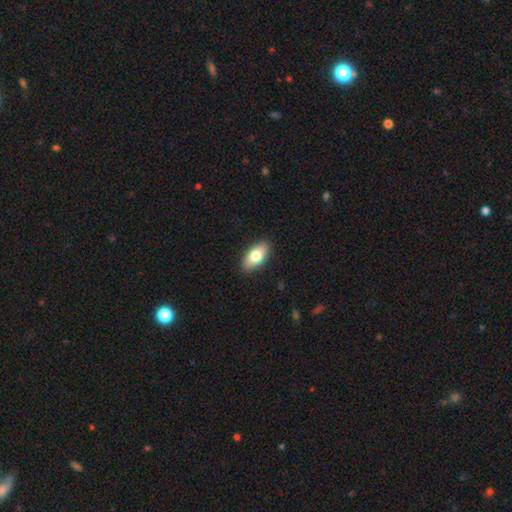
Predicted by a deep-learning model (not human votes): smooth 77%, featured or disk 17%, star or artifact 7%. Down the decision tree: how rounded — in between (89%); merging — none (89%).